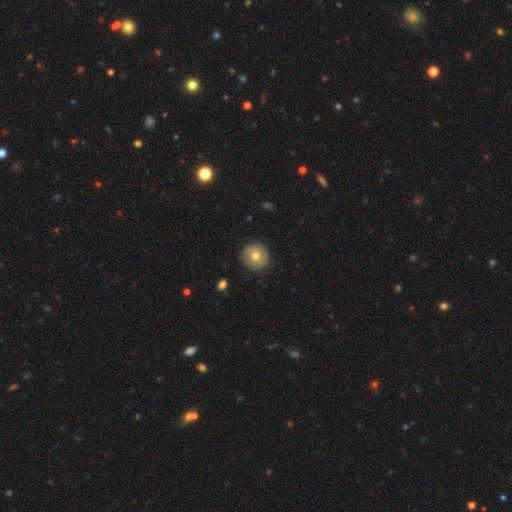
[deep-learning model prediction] Smooth or featured? smooth (60%)
How rounded? round (91%)
Merging? none (84%)